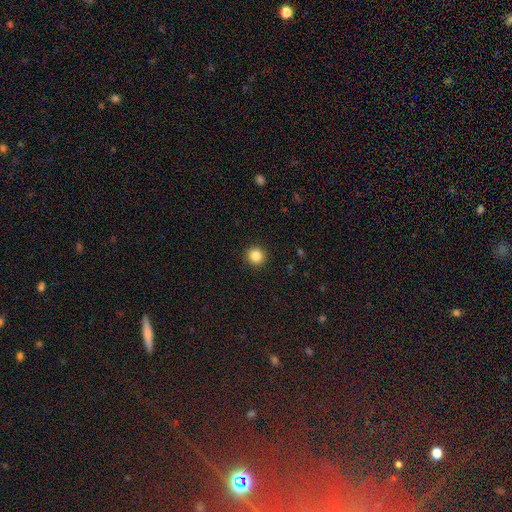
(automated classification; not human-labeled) Smooth or featured: smooth — 85% (star or artifact — 11%)
How rounded: round — 95% (in between — 4%)
Merging: none — 93% (minor disturbance — 5%)